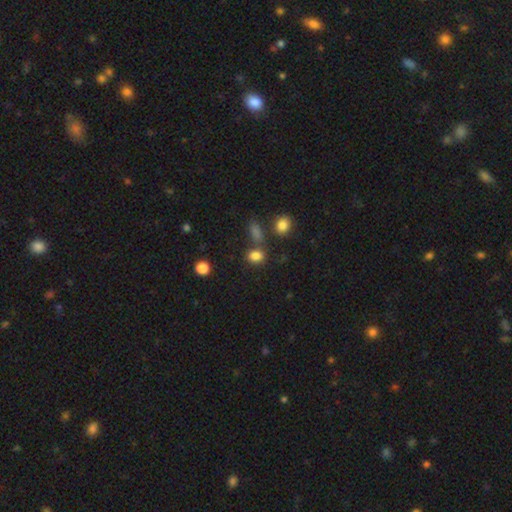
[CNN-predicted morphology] Q: Smooth or featured?
A: smooth (82%); runner-up: star or artifact (13%)
Q: How rounded?
A: in between (59%); runner-up: round (39%)
Q: Merging?
A: none (66%); runner-up: merger (16%)